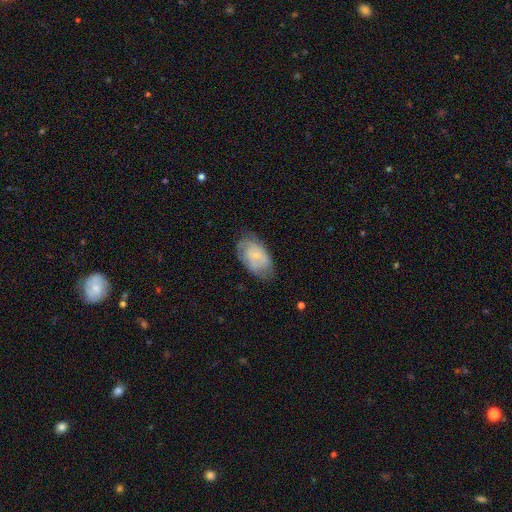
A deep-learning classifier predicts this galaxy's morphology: This is possibly a featured or disk galaxy (50%). Merging: likely none (65%).